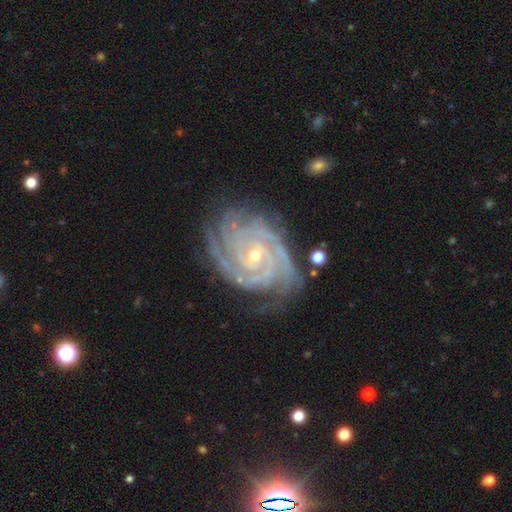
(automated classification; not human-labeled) Smooth or featured: featured or disk — 92% (star or artifact — 5%)
Edge-on disk: no — 97% (yes — 3%)
Bar: no — 60% (weak — 28%)
Spiral arms: yes — 99% (no — 1%)
Spiral winding: tight — 81% (medium — 17%)
Spiral arm count: 4 — 30% (3 — 24%)
Bulge size: small — 69% (moderate — 29%)
Merging: none — 74% (minor disturbance — 19%)